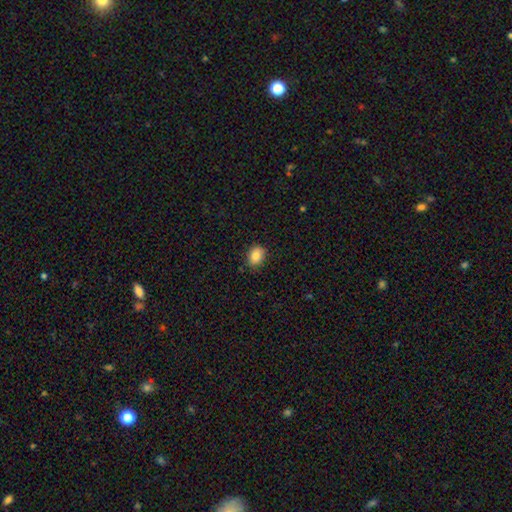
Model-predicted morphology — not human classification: Smooth or featured: smooth — 86% (star or artifact — 9%)
How rounded: in between — 69% (round — 29%)
Merging: none — 84% (minor disturbance — 13%)